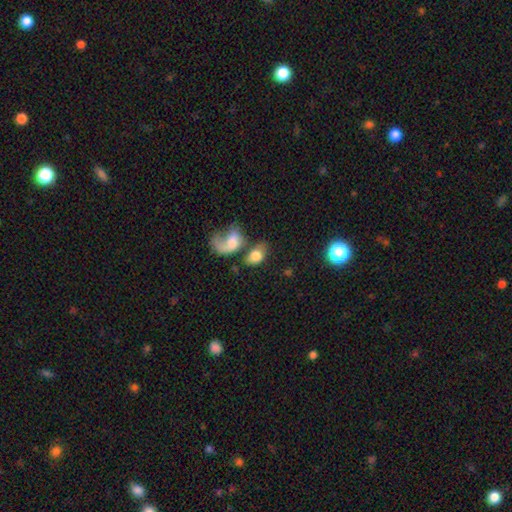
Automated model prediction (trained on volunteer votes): Smooth or featured? Predicted: smooth (p=0.71). How rounded? Predicted: in between (p=0.80). Merging? Predicted: merger (p=0.43).